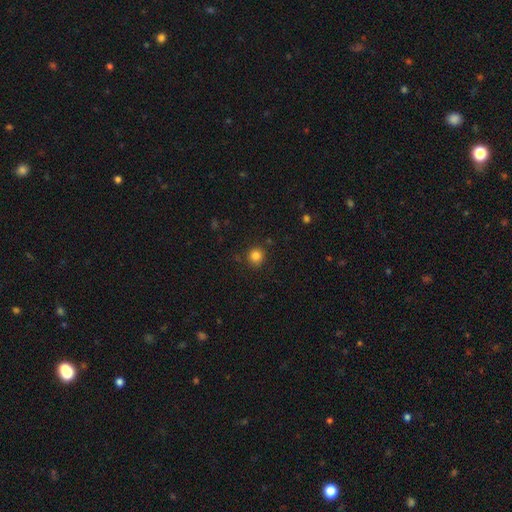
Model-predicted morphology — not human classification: type=smooth (83%); roundness=round (91%); merging=none (86%).